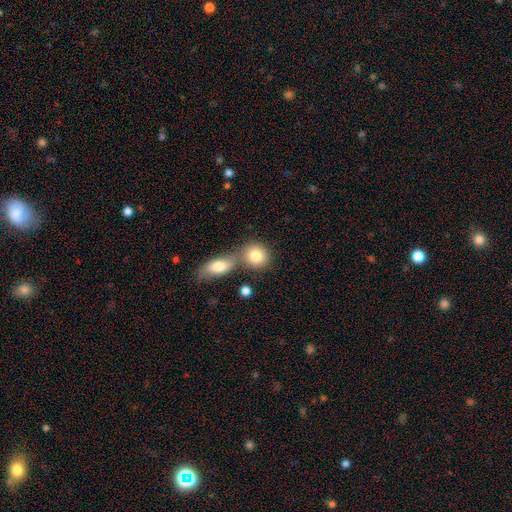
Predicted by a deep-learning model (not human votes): smooth_or_featured: smooth (p=0.81) [alt: featured or disk p=0.11]
how_rounded: round (p=0.76) [alt: in between p=0.22]
merging: none (p=0.46) [alt: merger p=0.43]